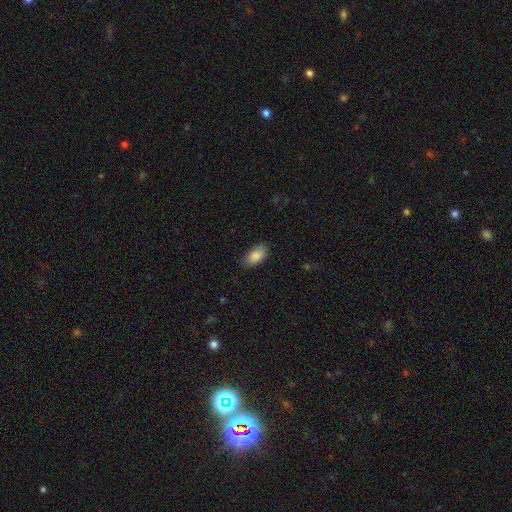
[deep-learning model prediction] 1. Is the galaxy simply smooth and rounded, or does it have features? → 88% smooth, 7% star or artifact, 6% featured or disk.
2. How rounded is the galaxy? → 94% in between, 3% round, 3% cigar-shaped.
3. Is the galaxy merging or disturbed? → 83% none, 14% minor disturbance, 3% major disturbance, 1% merger.